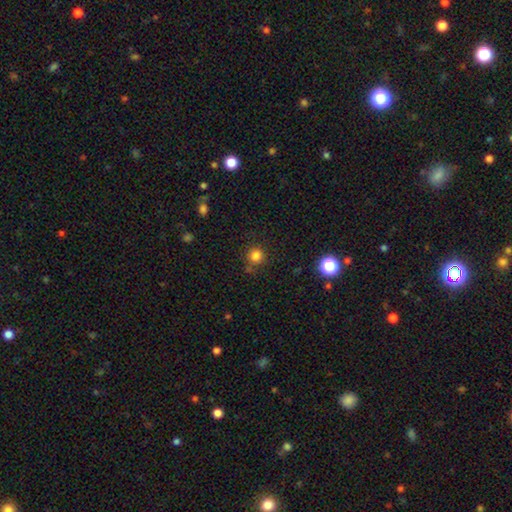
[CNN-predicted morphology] Q: Smooth or featured?
A: smooth (81%); runner-up: star or artifact (14%)
Q: How rounded?
A: round (93%); runner-up: in between (6%)
Q: Merging?
A: none (79%); runner-up: minor disturbance (11%)